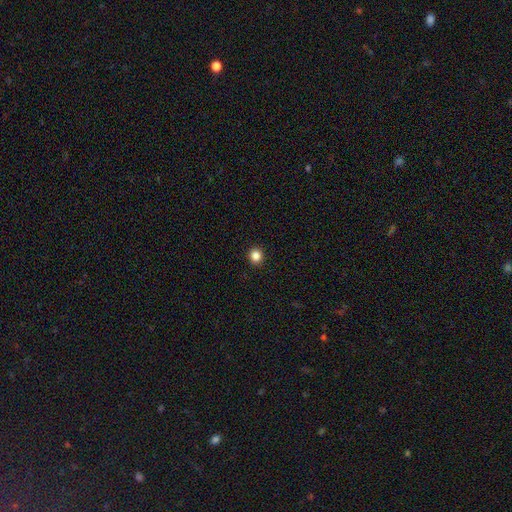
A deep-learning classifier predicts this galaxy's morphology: type=smooth (85%); roundness=round (91%); merging=none (93%).